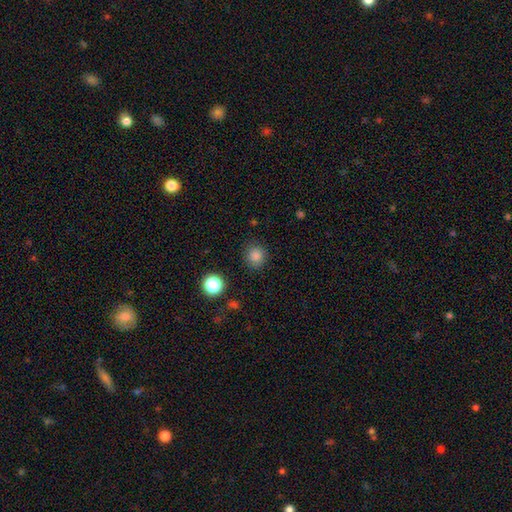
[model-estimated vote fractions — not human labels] Smooth or featured? Predicted: smooth (p=0.84). How rounded? Predicted: round (p=0.90). Merging? Predicted: none (p=0.88).